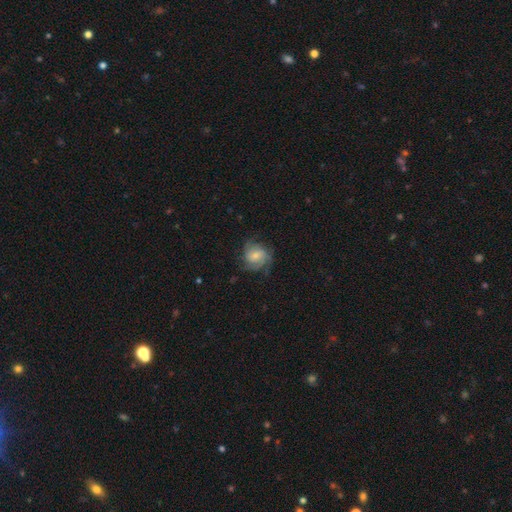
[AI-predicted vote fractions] This appears to be a featured or disk galaxy (65%) with no bar (61%), 3 (29%) tight (41%, tied with medium) spiral arms (91%) and a small central bulge (52%). Merging: none (63%).